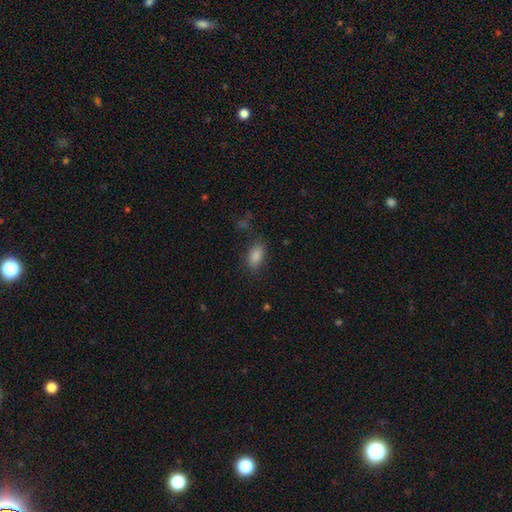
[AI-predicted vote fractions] Smooth or featured: smooth — 83% (star or artifact — 12%)
How rounded: in between — 89% (round — 7%)
Merging: none — 81% (minor disturbance — 12%)